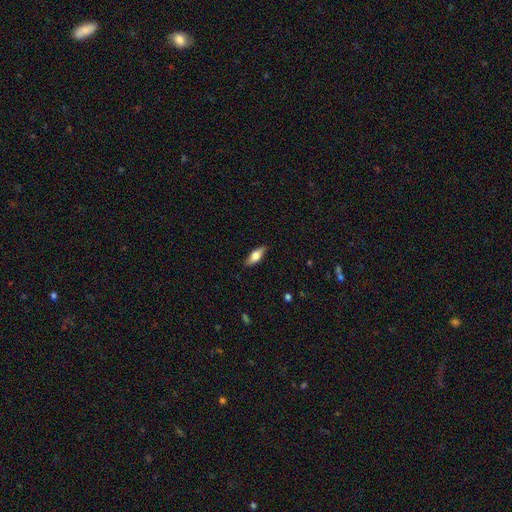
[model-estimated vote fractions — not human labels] This is likely a smooth galaxy (66%). How rounded: likely in between (63%). Merging: clearly none (86%).